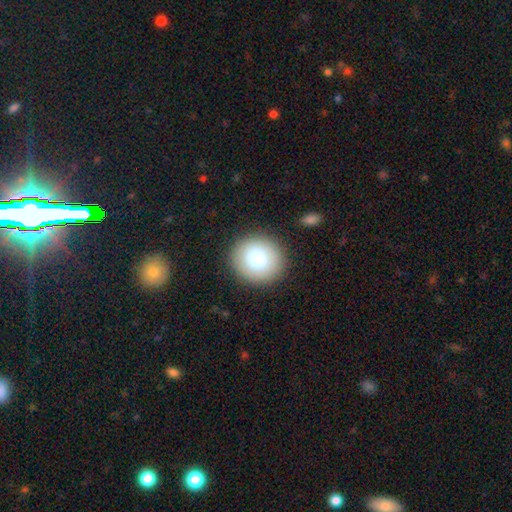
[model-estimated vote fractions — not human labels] This is clearly a smooth galaxy (84%). How rounded: clearly round (88%). Merging: clearly none (89%).